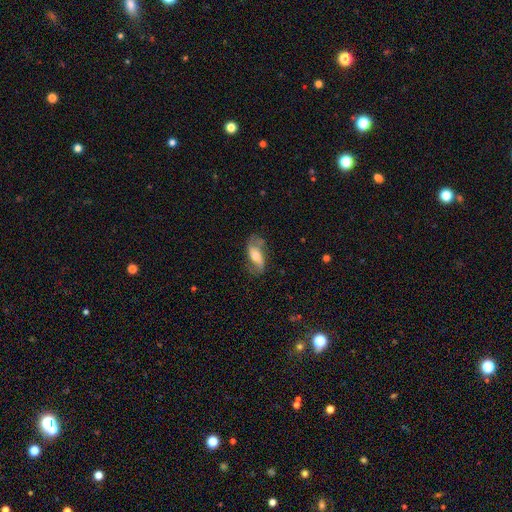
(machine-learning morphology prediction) This is likely a featured or disk galaxy (60%). It is clearly not viewed edge-on (88%). Bar: marginally no (42%). Spiral arm pattern: clearly yes (83%). Central bulge: likely moderate (62%). Merging: likely none (63%).